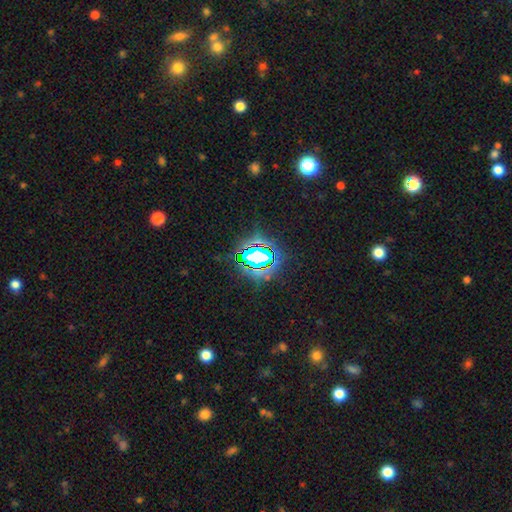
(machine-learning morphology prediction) type=star or artifact (74%).